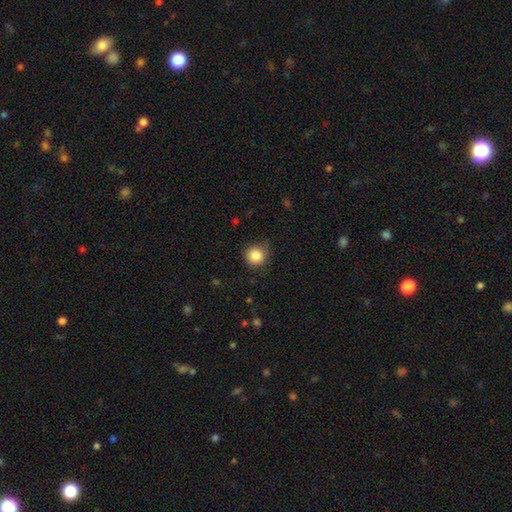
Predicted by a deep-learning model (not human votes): smooth-or-featured: smooth: 86% | star or artifact: 10% | featured or disk: 4%
  how-rounded: round: 94% | in between: 5% | cigar-shaped: 1%
  merging: none: 81% | minor disturbance: 15% | major disturbance: 3% | merger: 1%